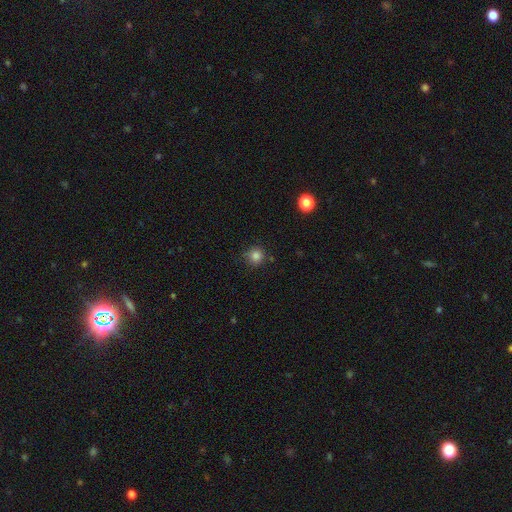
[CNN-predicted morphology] This appears to be a smooth galaxy with no disk features (82%) that is round (89%). Merging: none (70%).